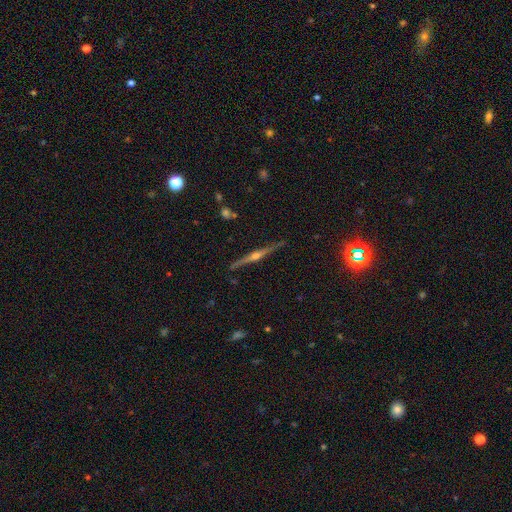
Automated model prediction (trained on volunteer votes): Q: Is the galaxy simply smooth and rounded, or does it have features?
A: featured or disk — 83%.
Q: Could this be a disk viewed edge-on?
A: yes — 98%.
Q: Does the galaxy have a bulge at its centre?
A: rounded — 92%.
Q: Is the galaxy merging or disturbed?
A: none — 87%.